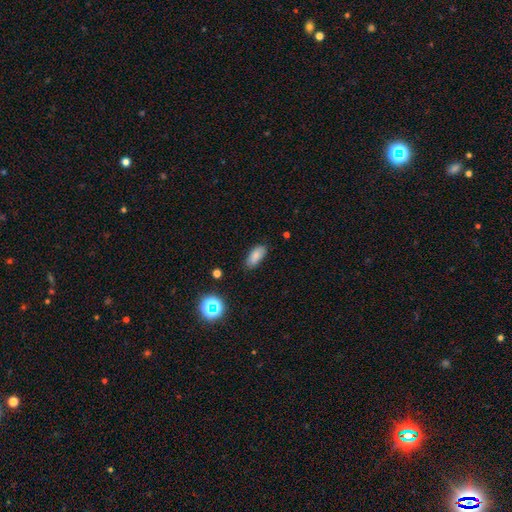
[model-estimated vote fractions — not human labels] A smooth galaxy with no disk features (84%) that is in between round and cigar-shaped (86%). Merging: none (81%).